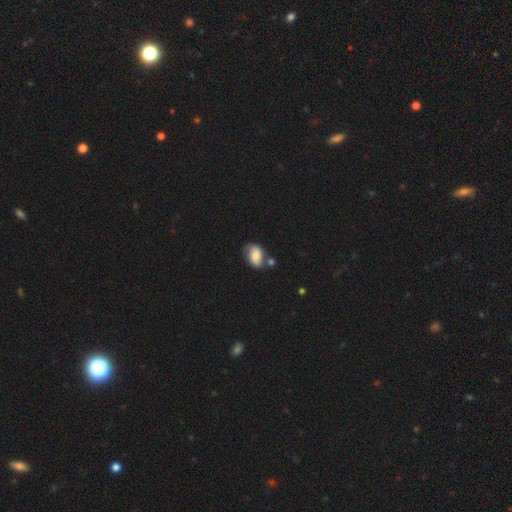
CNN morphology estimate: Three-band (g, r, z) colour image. It shows a smooth galaxy with no disk features (66%) that is in between round and cigar-shaped (83%). Merging: none (48%).